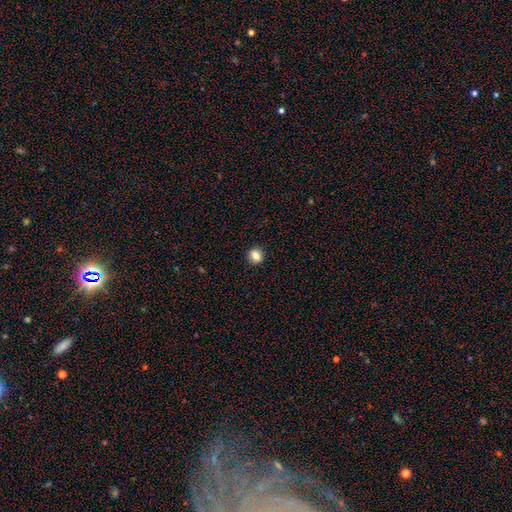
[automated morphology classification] The model was most divided on "how rounded": round: 76%, in between: 23%, cigar-shaped: 1%. More confident: merging — none (91%); smooth or featured — smooth (82%).